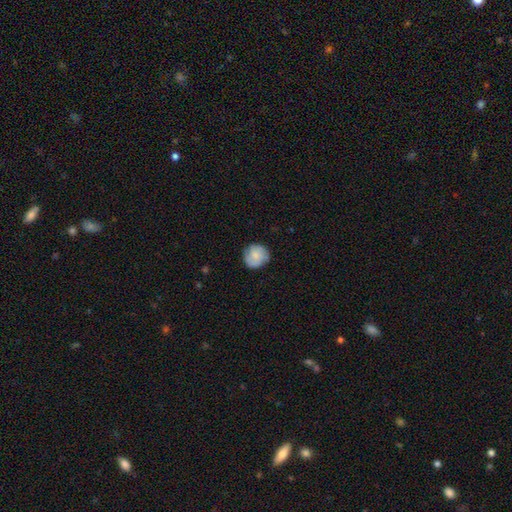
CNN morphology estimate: A smooth galaxy with no disk features (71%) that is round (88%).

Vote fractions:
- Smooth or featured? smooth: 71% / featured or disk: 22% / star or artifact: 7%
- How rounded? round: 88% / in between: 11% / cigar-shaped: 1%
- Merging? none: 74% / minor disturbance: 20% / major disturbance: 4% / merger: 1%